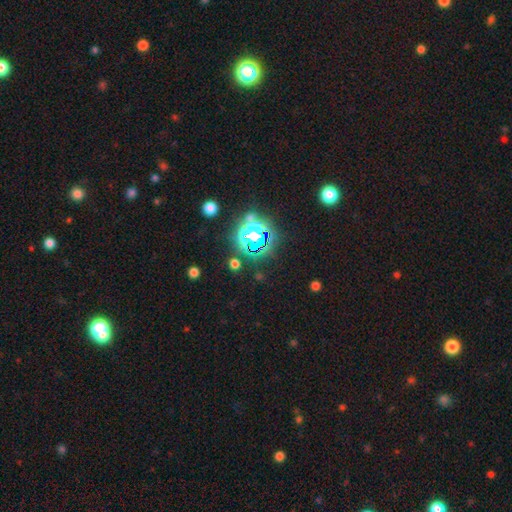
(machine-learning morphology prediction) A star or artifact, not a galaxy (76%).

Vote fractions:
- Smooth or featured? star or artifact: 76% / smooth: 16% / featured or disk: 8%